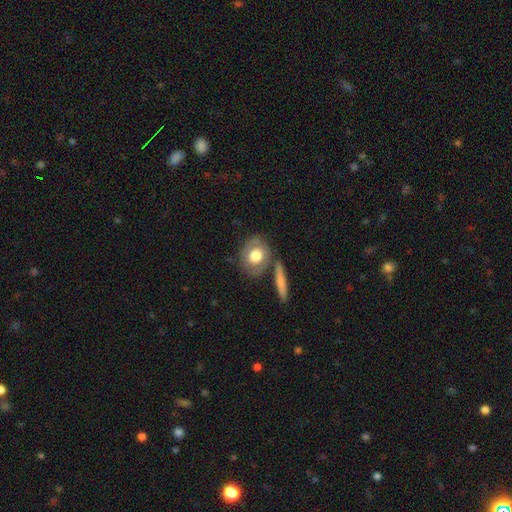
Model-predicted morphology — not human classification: A smooth galaxy with no disk features (57%) that is round (62%).

Vote fractions:
- Smooth or featured? smooth: 57% / featured or disk: 37% / star or artifact: 6%
- How rounded? round: 62% / in between: 36% / cigar-shaped: 3%
- Merging? none: 67% / minor disturbance: 15% / merger: 12% / major disturbance: 6%